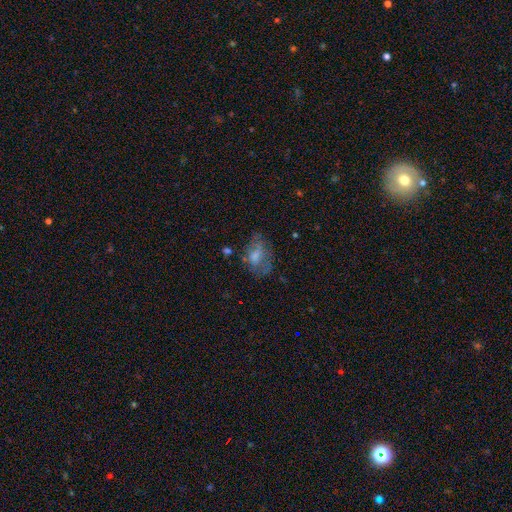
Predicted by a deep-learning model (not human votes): Q: Smooth or featured?
A: smooth (54%); runner-up: featured or disk (35%)
Q: How rounded?
A: in between (84%); runner-up: round (14%)
Q: Merging?
A: none (48%); runner-up: minor disturbance (25%)